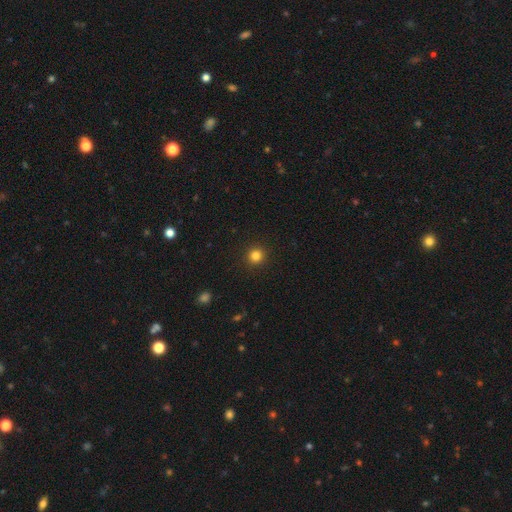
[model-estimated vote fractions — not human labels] This is clearly a smooth galaxy (82%). How rounded: clearly round (95%). Merging: clearly none (93%).